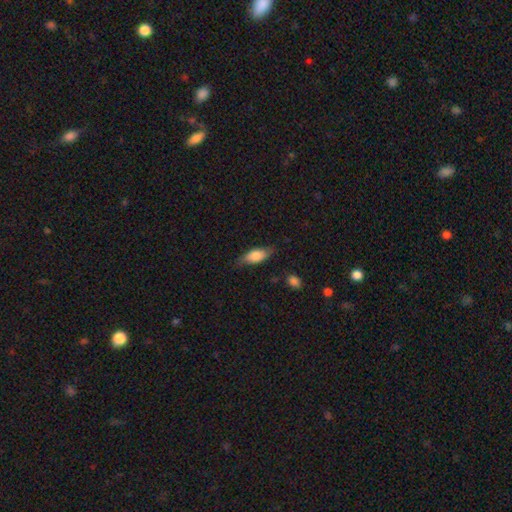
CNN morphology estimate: A smooth galaxy with no disk features (75%) that is in between round and cigar-shaped (79%).

Vote fractions:
- Smooth or featured? smooth: 75% / featured or disk: 19% / star or artifact: 6%
- How rounded? in between: 79% / cigar-shaped: 19% / round: 3%
- Merging? none: 72% / minor disturbance: 21% / major disturbance: 5% / merger: 2%